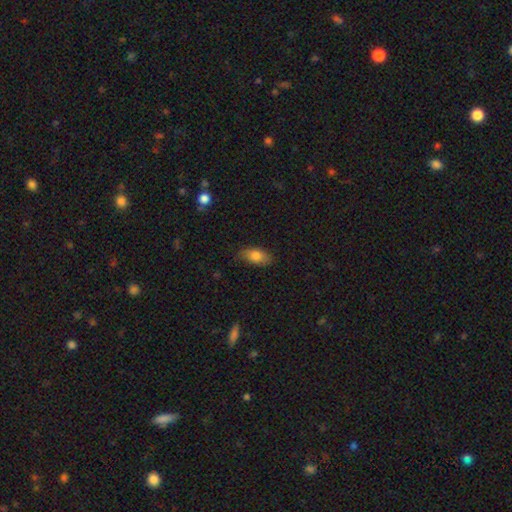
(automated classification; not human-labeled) Smooth or featured? Predicted: smooth (p=0.79). How rounded? Predicted: in between (p=0.89). Merging? Predicted: none (p=0.78).